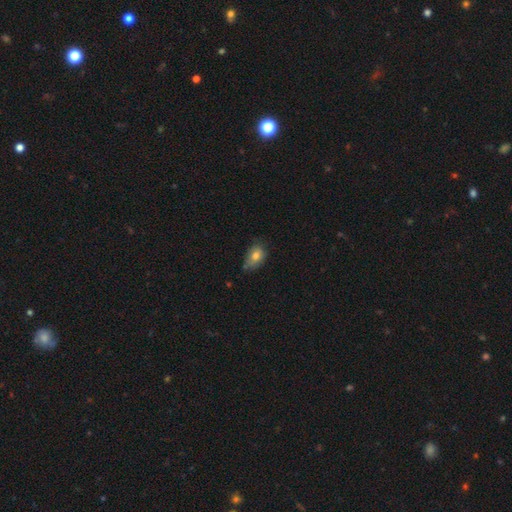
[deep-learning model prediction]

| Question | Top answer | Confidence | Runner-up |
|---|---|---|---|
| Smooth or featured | smooth | 77% | featured or disk (14%) |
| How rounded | in between | 80% | round (19%) |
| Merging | none | 51% | minor disturbance (38%) |